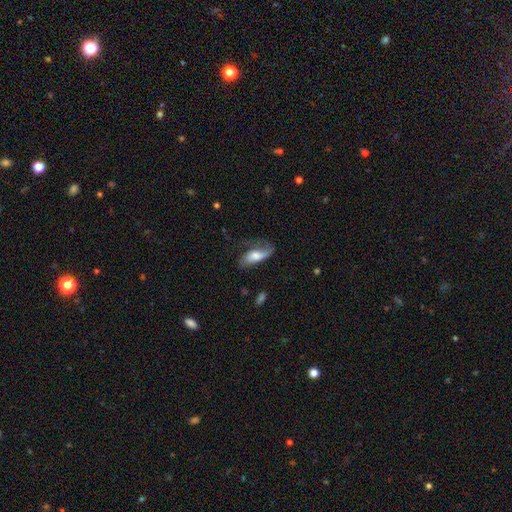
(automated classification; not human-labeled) Smooth or featured: featured or disk — 47% (smooth — 46%)
Merging: none — 43% (minor disturbance — 27%)